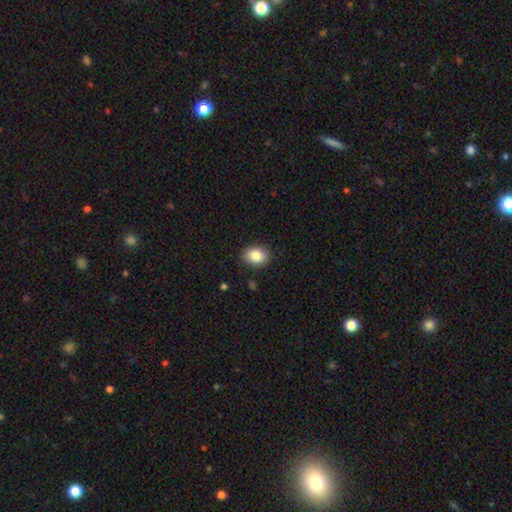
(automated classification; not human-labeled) Smooth or featured?
  - smooth: 86% *
  - star or artifact: 8%
  - featured or disk: 6%
How rounded?
  - in between: 72% *
  - round: 27%
  - cigar-shaped: 1%
Merging?
  - none: 88% *
  - minor disturbance: 9%
  - major disturbance: 2%
  - merger: 1%